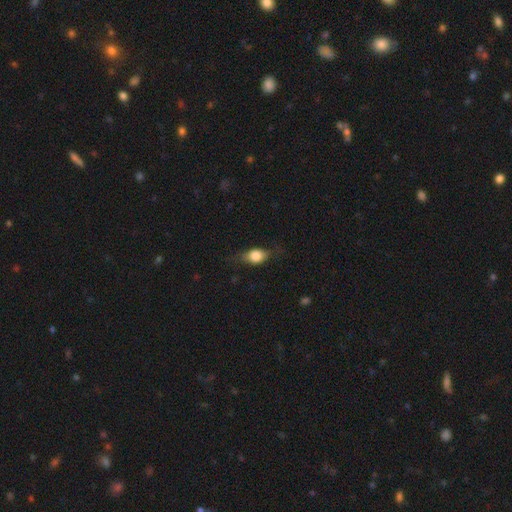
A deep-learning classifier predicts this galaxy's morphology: The model was most divided on "smooth or featured": smooth: 69%, featured or disk: 24%, star or artifact: 8%. More confident: how rounded — in between (71%); merging — none (69%).